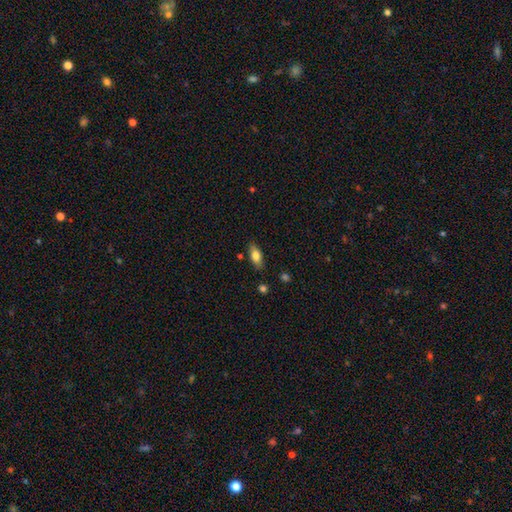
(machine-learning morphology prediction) smooth-or-featured: smooth: 79% | featured or disk: 14% | star or artifact: 7%
  how-rounded: in between: 83% | cigar-shaped: 14% | round: 3%
  merging: none: 82% | minor disturbance: 12% | merger: 3% | major disturbance: 3%